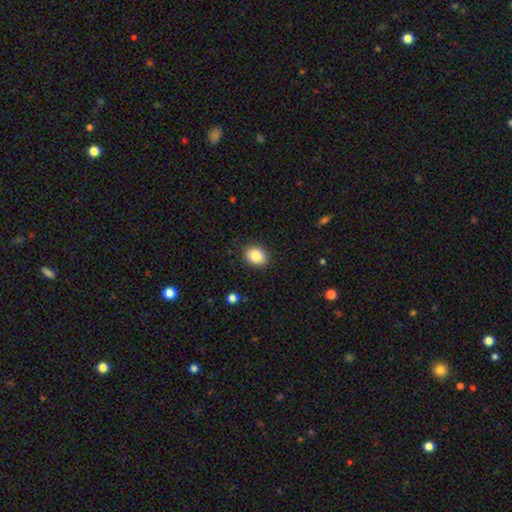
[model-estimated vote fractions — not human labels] Overall: smooth (85%). How rounded: round (55%; in between 45%). Merging: none (90%).